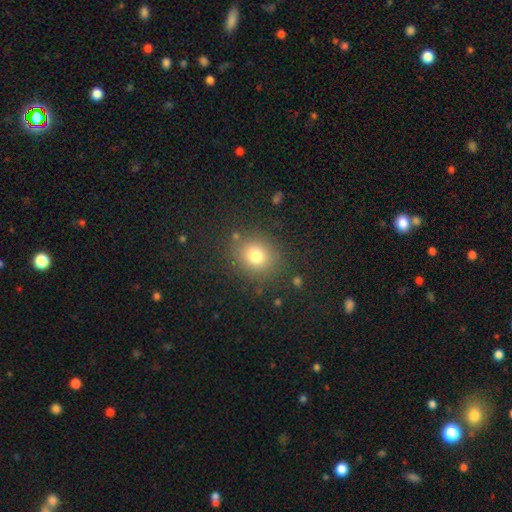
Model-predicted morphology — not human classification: type=smooth (77%); roundness=round (80%); merging=none (84%).